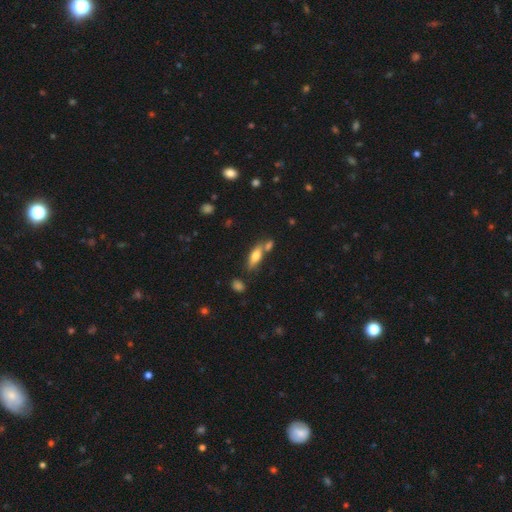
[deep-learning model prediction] This is likely a smooth galaxy (67%). How rounded: possibly in between (57%). Merging: possibly none (57%).